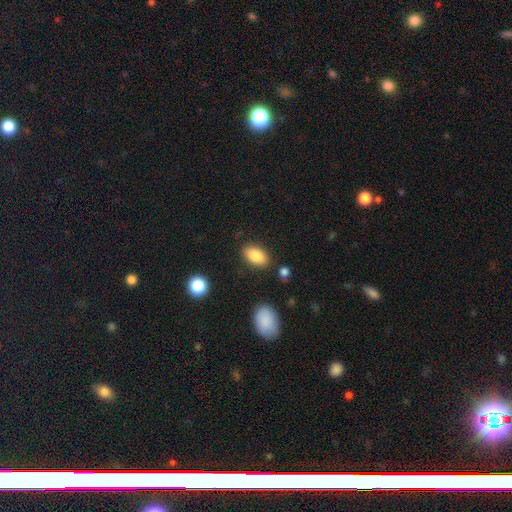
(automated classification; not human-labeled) smooth-or-featured: smooth: 86% | star or artifact: 7% | featured or disk: 7%
  how-rounded: in between: 92% | round: 6% | cigar-shaped: 2%
  merging: none: 85% | minor disturbance: 10% | major disturbance: 3% | merger: 3%